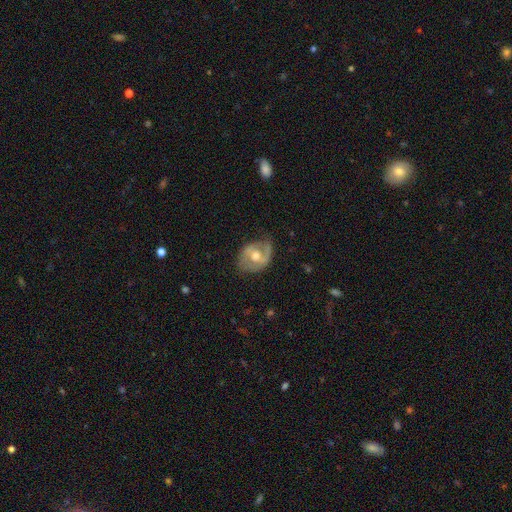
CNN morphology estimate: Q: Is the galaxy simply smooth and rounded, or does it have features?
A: featured or disk — 63%.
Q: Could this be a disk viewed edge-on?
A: no — 96%.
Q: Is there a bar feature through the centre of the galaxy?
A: no — 50%.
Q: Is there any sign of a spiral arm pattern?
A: yes — 62%.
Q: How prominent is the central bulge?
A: moderate — 72%.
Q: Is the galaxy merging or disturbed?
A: none — 58%.